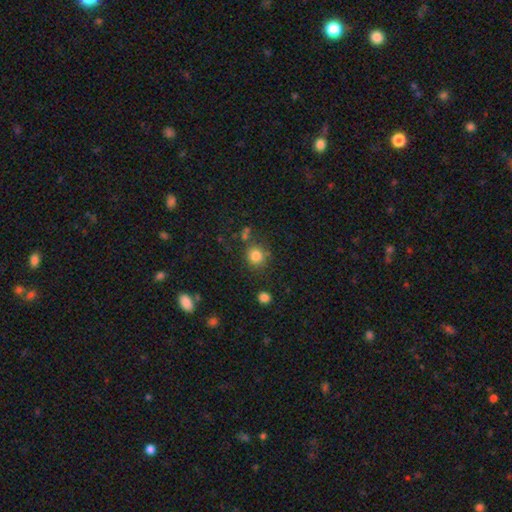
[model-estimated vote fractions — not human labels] The model was most divided on "merging": none: 76%, minor disturbance: 11%, merger: 8%, major disturbance: 4%. More confident: how rounded — round (88%); smooth or featured — smooth (83%).